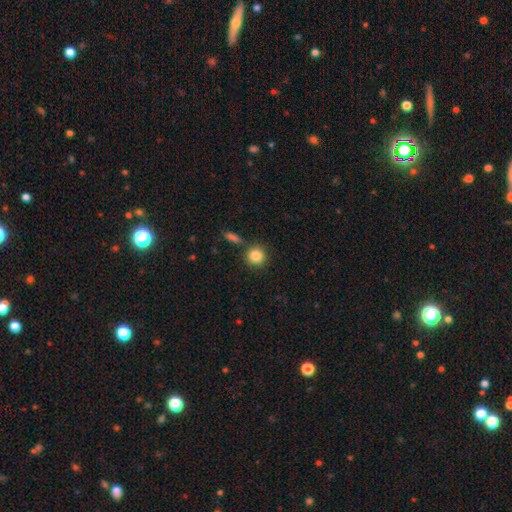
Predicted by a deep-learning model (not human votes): Q: Smooth or featured?
A: smooth (86%); runner-up: star or artifact (9%)
Q: How rounded?
A: round (91%); runner-up: in between (7%)
Q: Merging?
A: none (81%); runner-up: merger (9%)